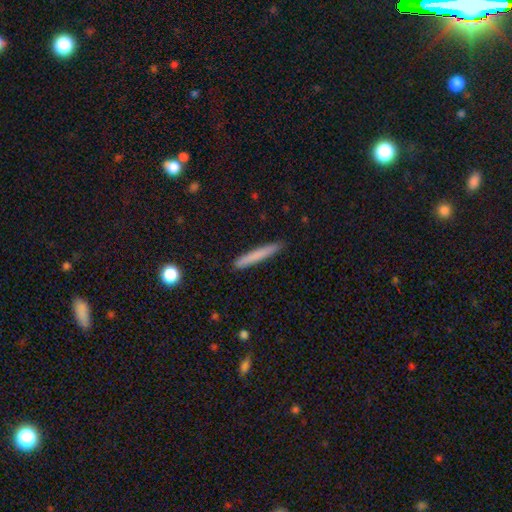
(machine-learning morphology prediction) A smooth galaxy with no disk features (75%) that is cigar-shaped (96%).

Vote fractions:
- Smooth or featured? smooth: 75% / featured or disk: 18% / star or artifact: 6%
- How rounded? cigar-shaped: 96% / in between: 3% / round: 1%
- Merging? none: 89% / minor disturbance: 8% / major disturbance: 2% / merger: 1%